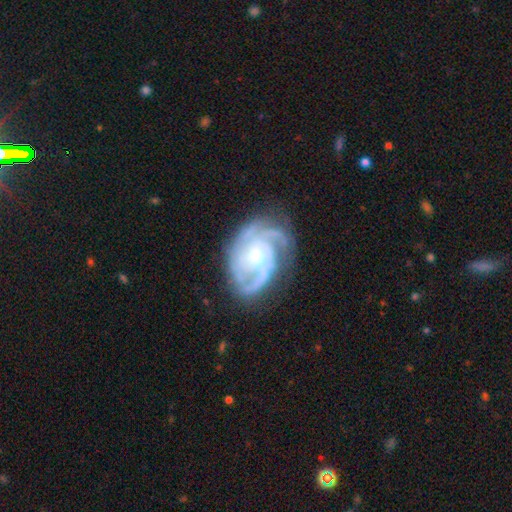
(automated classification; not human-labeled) This is clearly a featured or disk galaxy (91%). It is clearly not viewed edge-on (97%). Bar: likely no (68%). Spiral arm pattern: clearly yes (98%). Spiral arm count: marginally 3 (45%). Spiral winding: possibly tight (58%). Central bulge: possibly small (56%). Merging: likely none (69%).